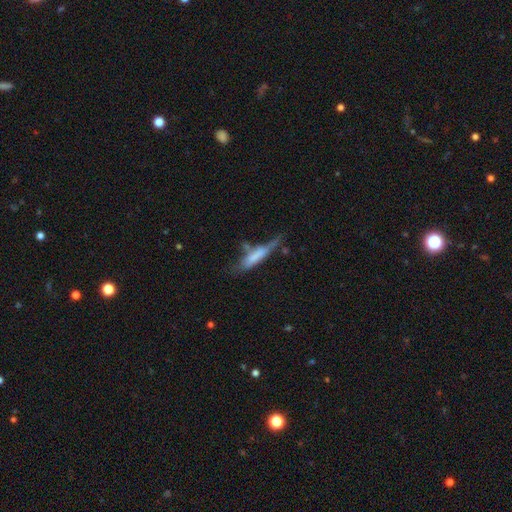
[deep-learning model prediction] Overall: smooth (58%; featured or disk 34%). How rounded: cigar-shaped (76%). Merging: none (35%; minor disturbance 28%).